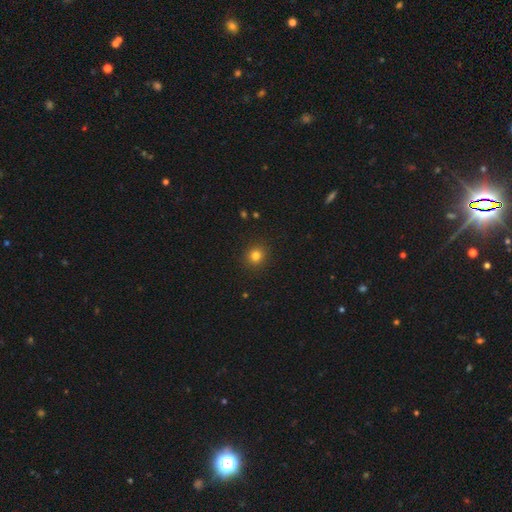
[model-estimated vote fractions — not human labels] A smooth galaxy with no disk features (82%) that is round (89%). Merging: none (91%).